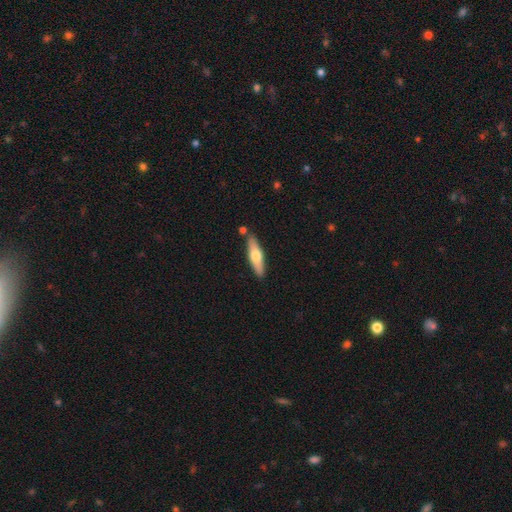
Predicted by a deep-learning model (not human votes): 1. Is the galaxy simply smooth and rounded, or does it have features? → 52% smooth, 43% featured or disk, 5% star or artifact.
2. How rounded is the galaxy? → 70% cigar-shaped, 28% in between, 2% round.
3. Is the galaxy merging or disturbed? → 82% none, 10% minor disturbance, 6% merger, 2% major disturbance.